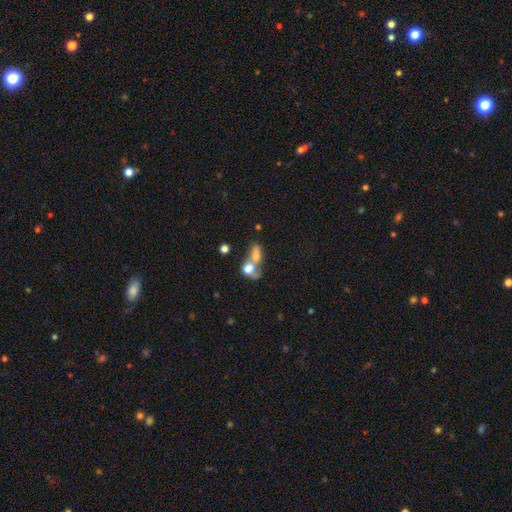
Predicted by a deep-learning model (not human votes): Smooth or featured? smooth (66%)
How rounded? in between (65%)
Merging? merger (71%)